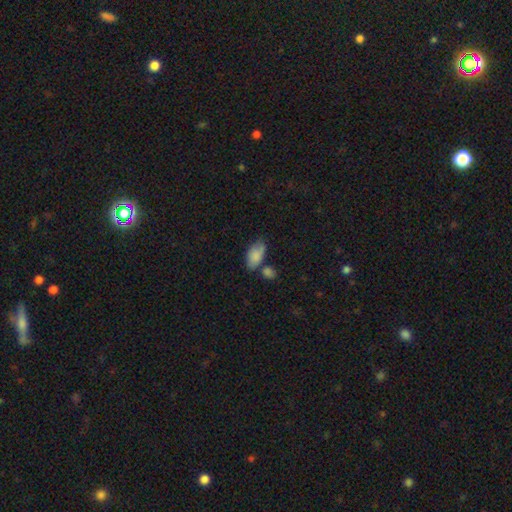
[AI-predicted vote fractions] smooth_or_featured: smooth (p=0.84) [alt: featured or disk p=0.09]
how_rounded: in between (p=0.93) [alt: round p=0.04]
merging: none (p=0.49) [alt: minor disturbance p=0.23]